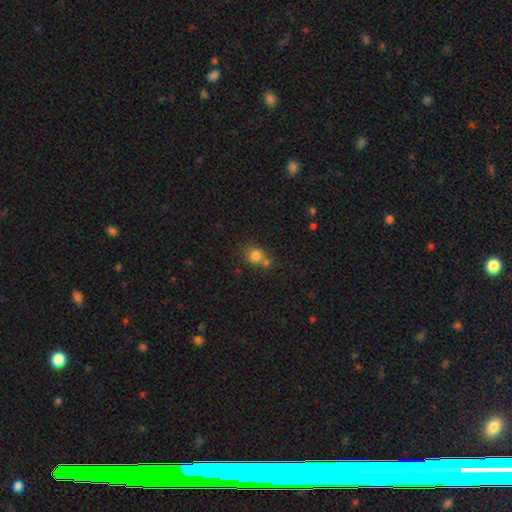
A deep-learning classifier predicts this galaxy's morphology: smooth_or_featured: smooth (p=0.80) [alt: star or artifact p=0.12]
how_rounded: round (p=0.80) [alt: in between p=0.19]
merging: none (p=0.49) [alt: merger p=0.38]